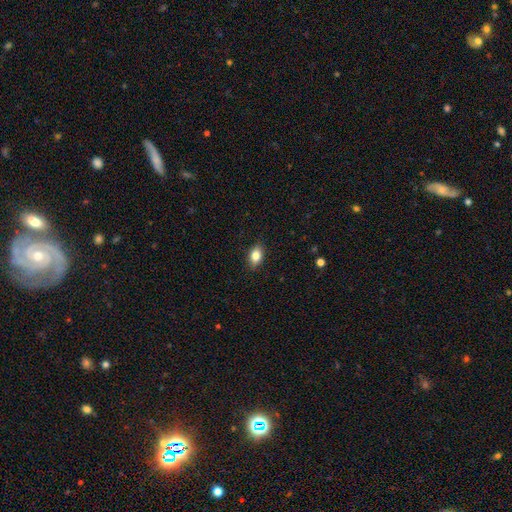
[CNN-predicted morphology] Smooth or featured?
  - smooth: 82% *
  - featured or disk: 10%
  - star or artifact: 8%
How rounded?
  - in between: 85% *
  - round: 13%
  - cigar-shaped: 3%
Merging?
  - none: 88% *
  - minor disturbance: 9%
  - major disturbance: 2%
  - merger: 1%